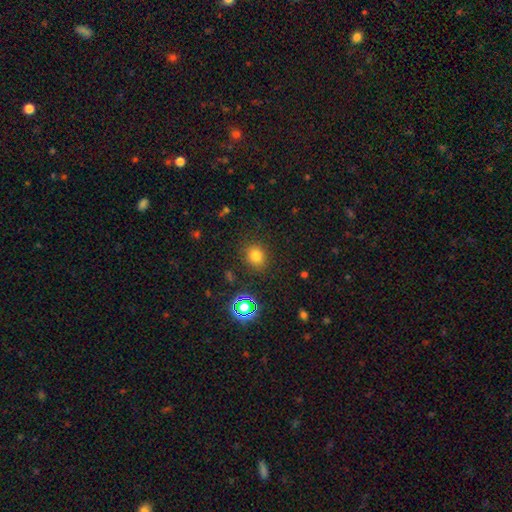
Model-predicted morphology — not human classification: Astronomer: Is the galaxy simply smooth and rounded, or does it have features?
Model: smooth — 75%.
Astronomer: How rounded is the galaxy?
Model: round — 72%.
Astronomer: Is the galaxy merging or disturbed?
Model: none — 85%.